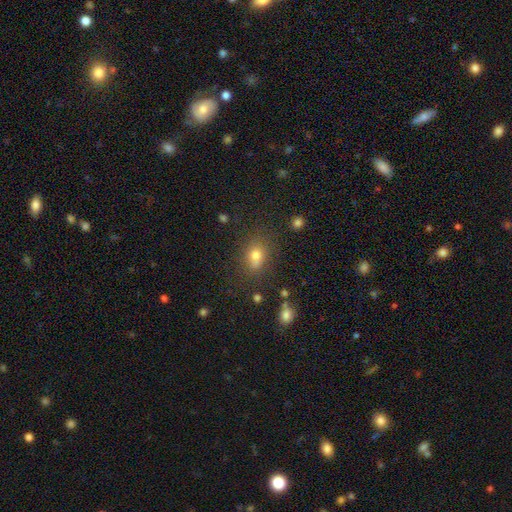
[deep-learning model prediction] The model was most divided on "how rounded" (2-way tie): in between: 49%, round: 49%, cigar-shaped: 2%. More confident: smooth or featured — smooth (73%); merging — none (61%).